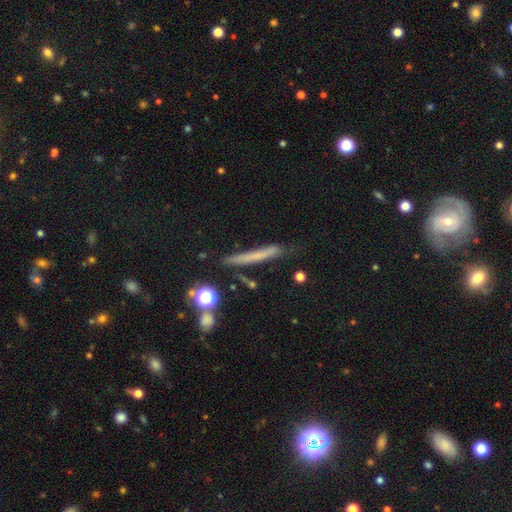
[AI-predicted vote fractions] This appears to be a smooth galaxy with no disk features (55%) that is cigar-shaped (94%). Merging: none (76%).